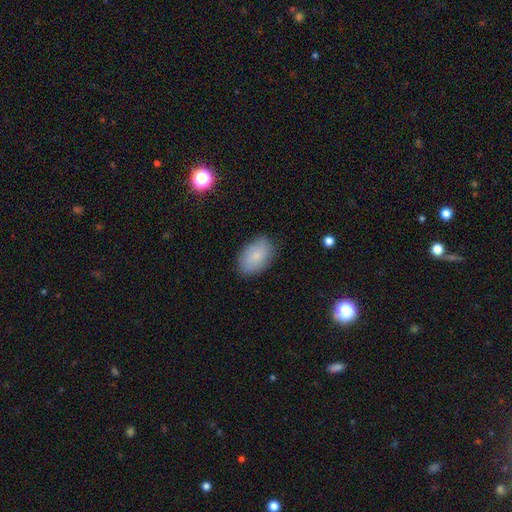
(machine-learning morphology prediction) smooth_or_featured: smooth (p=0.82) [alt: featured or disk p=0.11]
how_rounded: in between (p=0.89) [alt: round p=0.10]
merging: none (p=0.83) [alt: minor disturbance p=0.13]